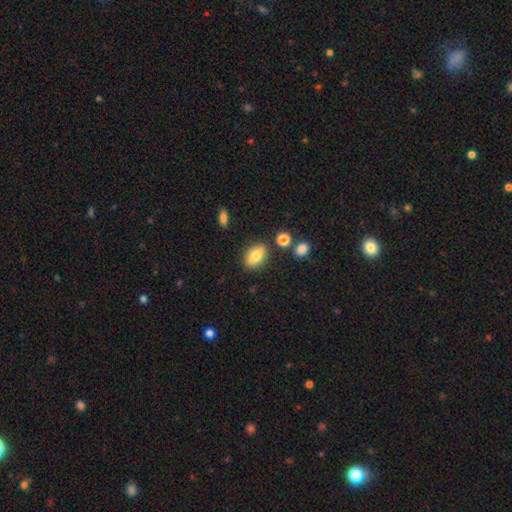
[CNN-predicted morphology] A smooth galaxy with no disk features (63%) that is in between round and cigar-shaped (73%).

Vote fractions:
- Smooth or featured? smooth: 63% / featured or disk: 28% / star or artifact: 9%
- How rounded? in between: 73% / cigar-shaped: 16% / round: 11%
- Merging? none: 81% / minor disturbance: 12% / merger: 4% / major disturbance: 3%